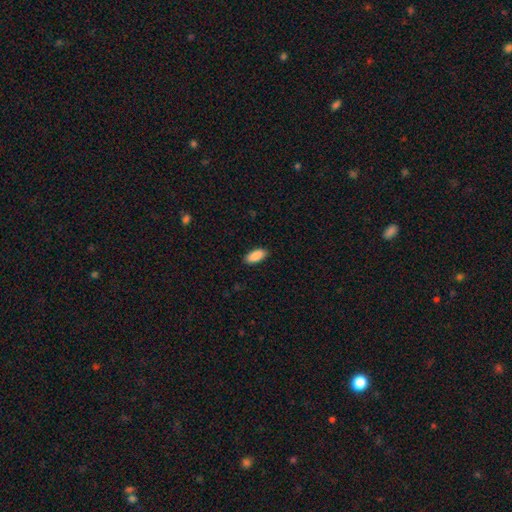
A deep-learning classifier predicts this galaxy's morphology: Smooth or featured? smooth (90%)
How rounded? in between (89%)
Merging? none (89%)